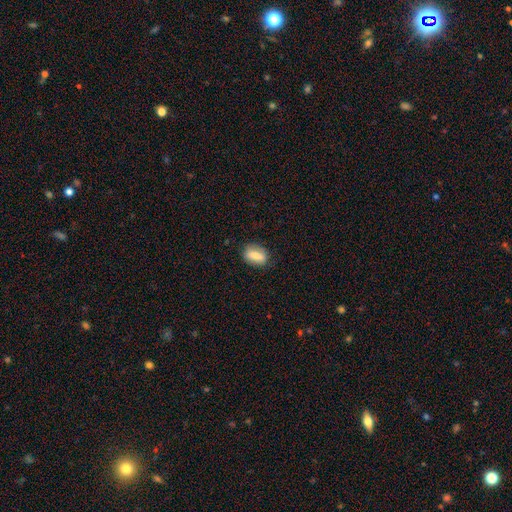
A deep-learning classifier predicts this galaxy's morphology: Smooth or featured? smooth (74%)
How rounded? in between (81%)
Merging? none (81%)